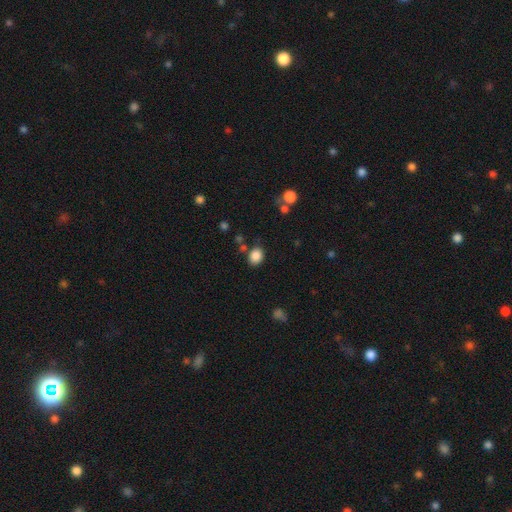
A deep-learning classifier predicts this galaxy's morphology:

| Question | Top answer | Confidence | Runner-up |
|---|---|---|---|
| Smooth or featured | smooth | 86% | star or artifact (9%) |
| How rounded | in between | 58% | round (41%) |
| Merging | none | 78% | minor disturbance (13%) |